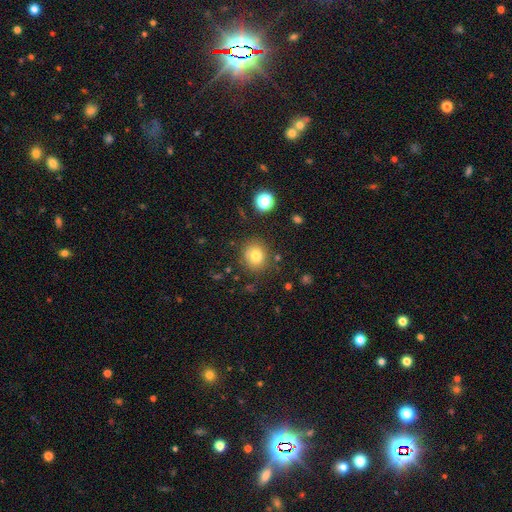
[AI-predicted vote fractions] Q: Smooth or featured?
A: smooth (78%); runner-up: star or artifact (12%)
Q: How rounded?
A: round (77%); runner-up: in between (23%)
Q: Merging?
A: none (79%); runner-up: minor disturbance (13%)